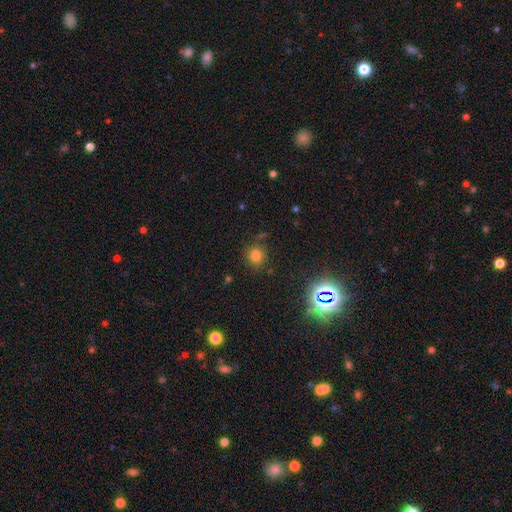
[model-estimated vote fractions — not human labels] A smooth galaxy with no disk features (74%) that is round (90%). Merging: none (83%).